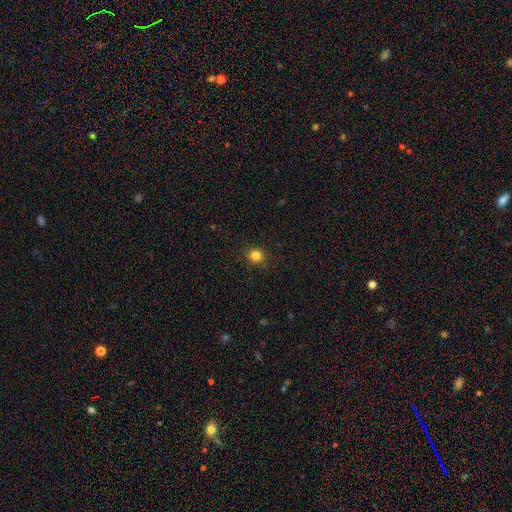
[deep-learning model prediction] Smooth or featured: smooth — 83% (star or artifact — 12%)
How rounded: round — 90% (in between — 9%)
Merging: none — 90% (minor disturbance — 7%)